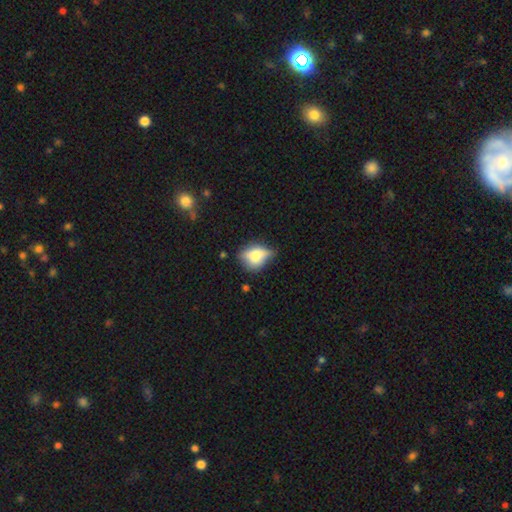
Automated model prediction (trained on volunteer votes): Morphology: type=smooth (66%); roundness=in between (62%); merging=none (39%, tied with minor disturbance).